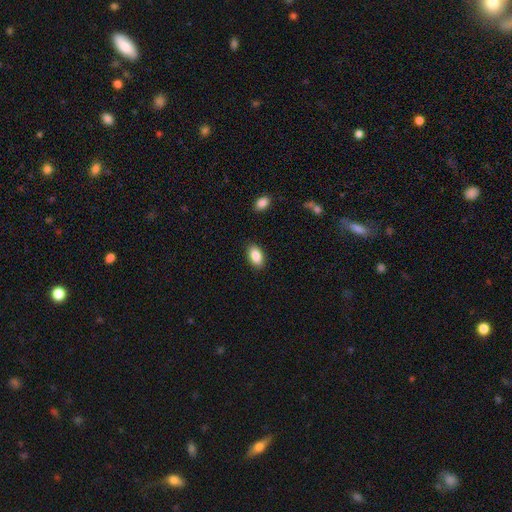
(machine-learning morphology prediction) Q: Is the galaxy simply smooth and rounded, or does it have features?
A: smooth — 87%.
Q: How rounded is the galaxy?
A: in between — 93%.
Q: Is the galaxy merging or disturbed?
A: none — 88%.